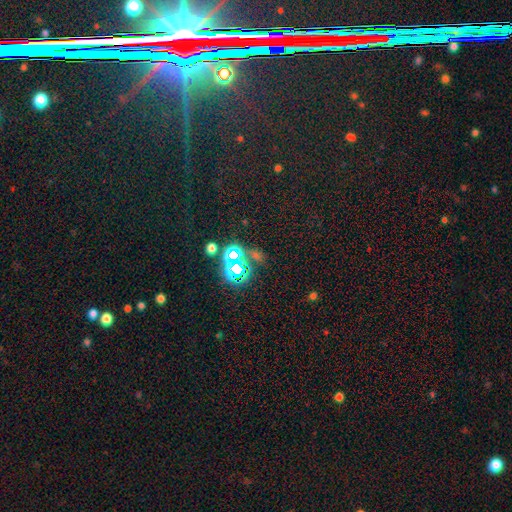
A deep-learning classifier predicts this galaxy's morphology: Smooth or featured: star or artifact — 65% (smooth — 26%)